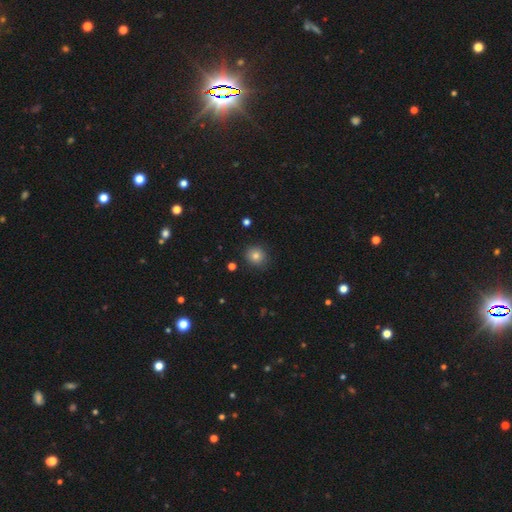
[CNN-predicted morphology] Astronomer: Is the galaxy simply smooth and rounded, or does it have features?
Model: smooth — 81%.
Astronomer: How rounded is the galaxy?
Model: round — 86%.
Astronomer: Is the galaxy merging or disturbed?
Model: none — 88%.